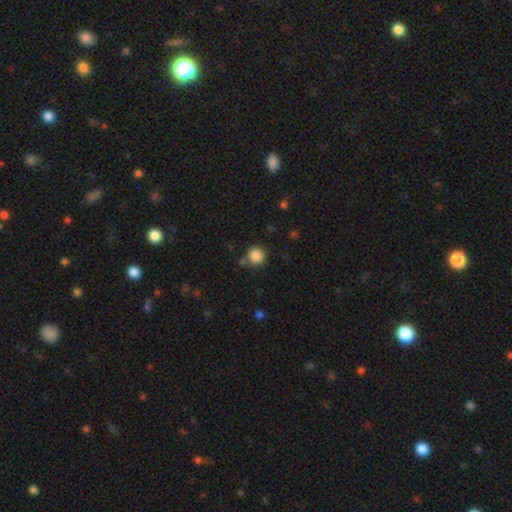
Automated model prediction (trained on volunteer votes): This appears to be a smooth galaxy with no disk features (86%) that is round (94%). Merging: none (80%).